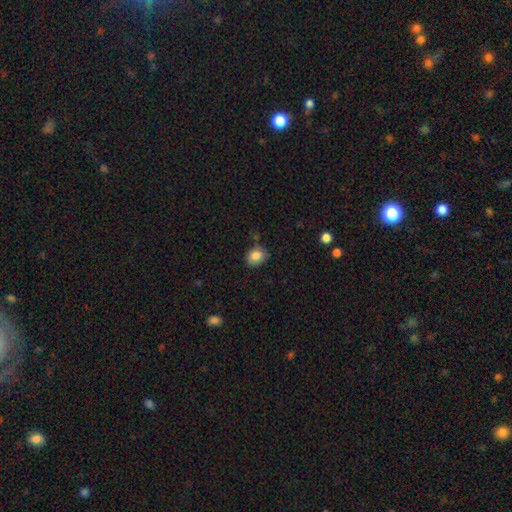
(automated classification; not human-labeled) Smooth or featured: smooth — 84% (star or artifact — 9%)
How rounded: round — 57% (in between — 42%)
Merging: none — 73% (minor disturbance — 20%)